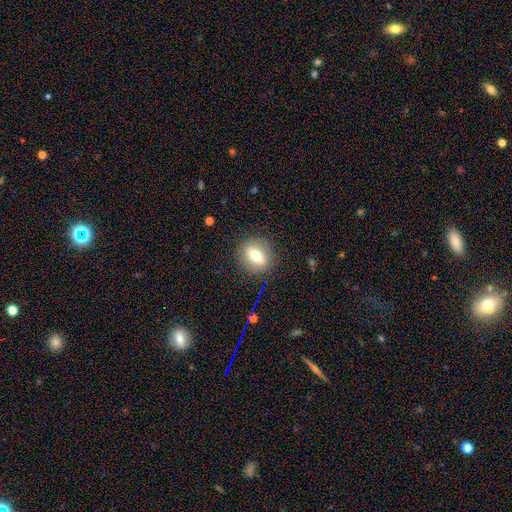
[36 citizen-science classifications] smooth_or_featured: smooth (p=0.67) [alt: featured or disk p=0.28]
how_rounded: round (p=0.62) [alt: in between p=0.33]
merging: none (p=0.85) [alt: minor disturbance p=0.09]